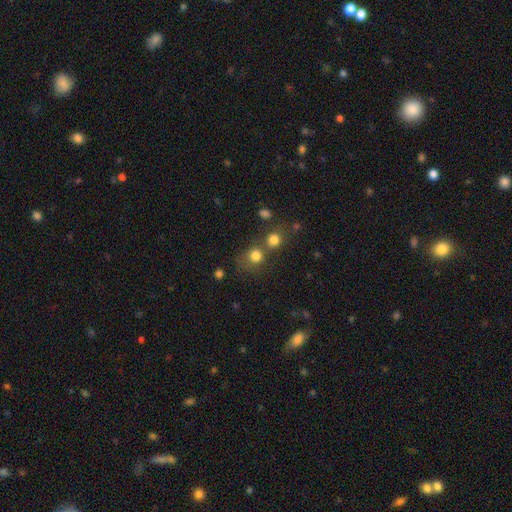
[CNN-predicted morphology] type=smooth (78%); roundness=round (83%); merging=none (49%).